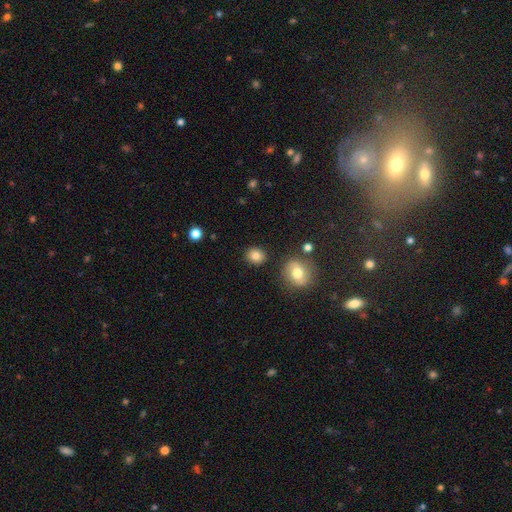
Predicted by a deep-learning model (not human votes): The model was most divided on "how rounded": round: 76%, in between: 23%, cigar-shaped: 1%. More confident: merging — none (87%); smooth or featured — smooth (83%).